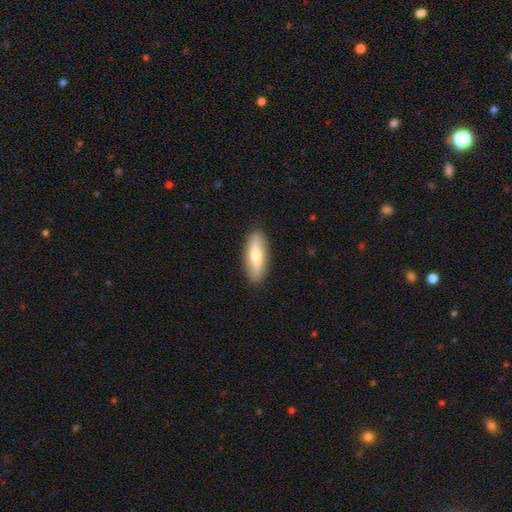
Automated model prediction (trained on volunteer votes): Smooth or featured? smooth (58%)
How rounded? in between (63%)
Merging? none (88%)